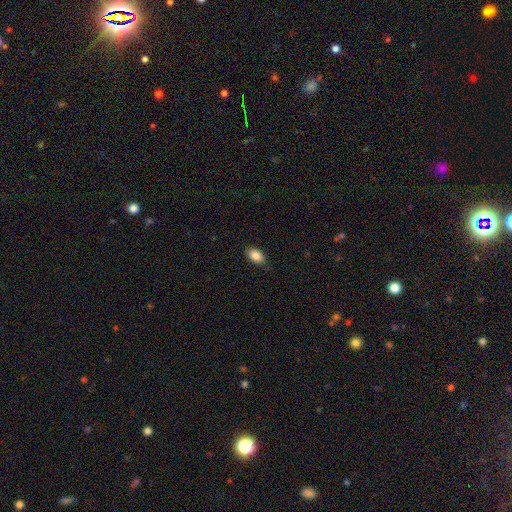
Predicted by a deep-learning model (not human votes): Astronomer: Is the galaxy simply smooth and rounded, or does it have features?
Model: smooth — 87%.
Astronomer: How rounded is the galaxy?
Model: in between — 90%.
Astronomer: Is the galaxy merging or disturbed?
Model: none — 85%.